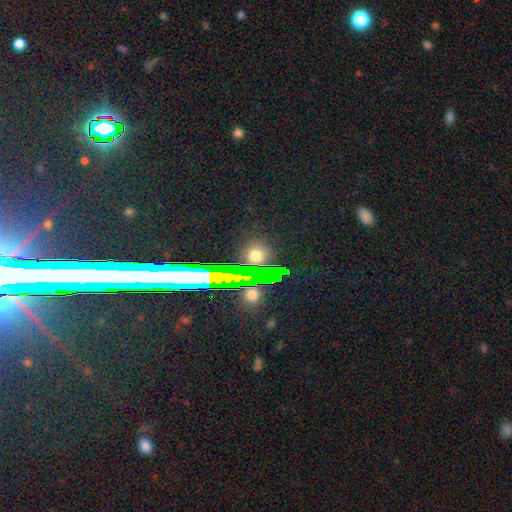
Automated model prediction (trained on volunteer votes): A smooth galaxy with no disk features (56%) that is round (80%). Merging: none (82%).